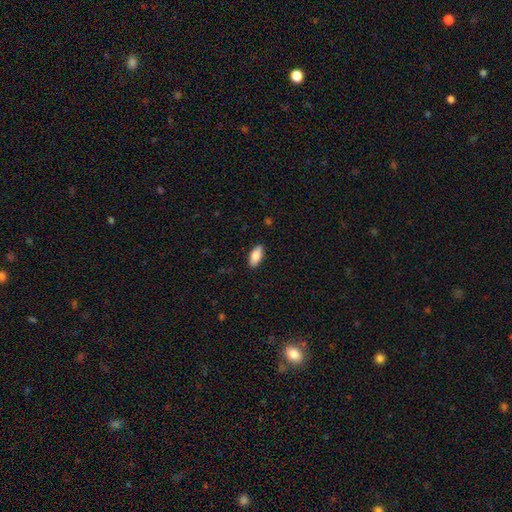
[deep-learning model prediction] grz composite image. It shows a smooth galaxy with no disk features (83%) that is in between round and cigar-shaped (86%). Merging: none (88%).